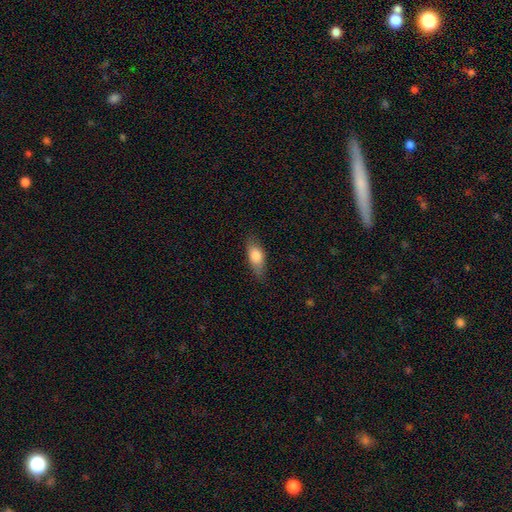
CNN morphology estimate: Q: Smooth or featured?
A: smooth (77%); runner-up: featured or disk (16%)
Q: How rounded?
A: in between (78%); runner-up: cigar-shaped (17%)
Q: Merging?
A: none (74%); runner-up: minor disturbance (20%)